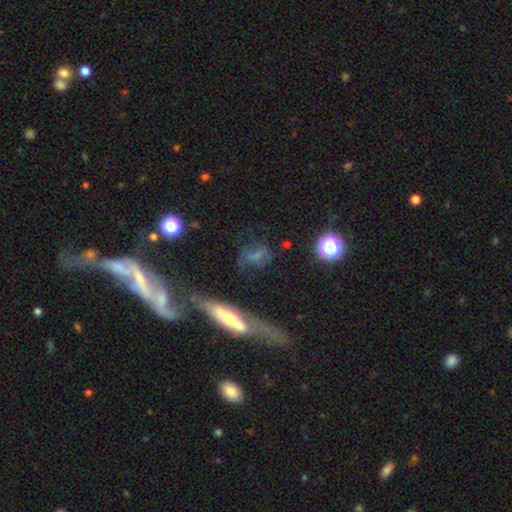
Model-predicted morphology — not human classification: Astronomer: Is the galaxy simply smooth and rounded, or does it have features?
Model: smooth — 43% (runner-up: featured or disk, 37%).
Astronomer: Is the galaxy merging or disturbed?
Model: none — 49%.